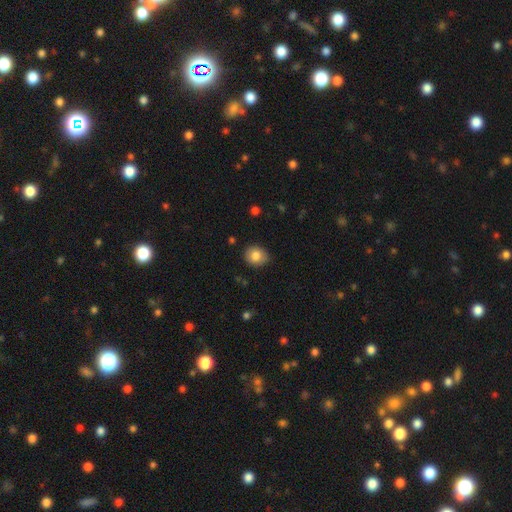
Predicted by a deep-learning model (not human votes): Morphology: type=smooth (83%); roundness=round (63%); merging=none (85%).